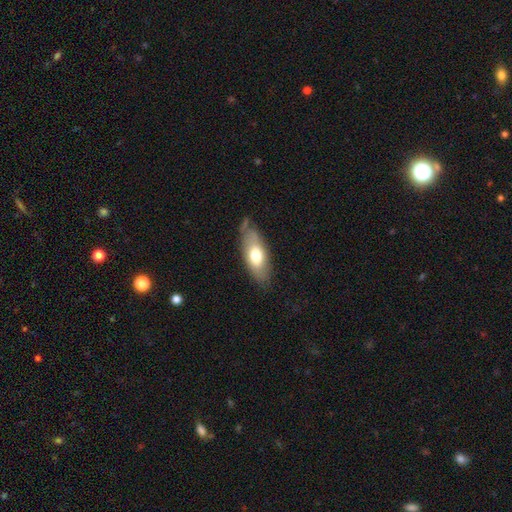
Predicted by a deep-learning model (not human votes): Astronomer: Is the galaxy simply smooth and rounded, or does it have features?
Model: smooth — 66%.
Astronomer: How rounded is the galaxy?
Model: in between — 78%.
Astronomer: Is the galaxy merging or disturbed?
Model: none — 68%.